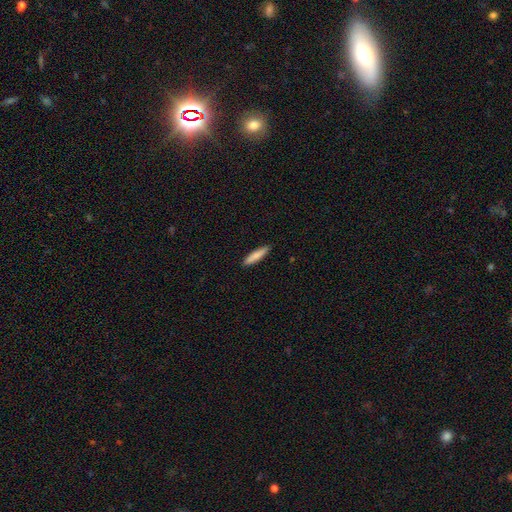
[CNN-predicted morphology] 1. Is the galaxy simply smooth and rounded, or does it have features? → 83% smooth, 12% featured or disk, 6% star or artifact.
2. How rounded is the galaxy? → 83% cigar-shaped, 15% in between, 1% round.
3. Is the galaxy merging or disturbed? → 91% none, 7% minor disturbance, 1% major disturbance, 1% merger.